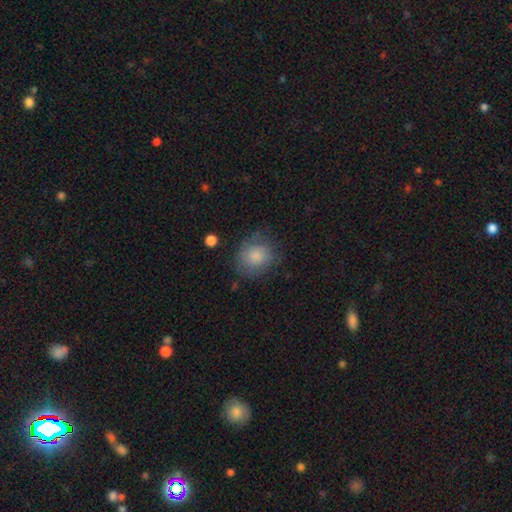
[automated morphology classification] Smooth or featured? smooth (79%)
How rounded? round (74%)
Merging? none (68%)